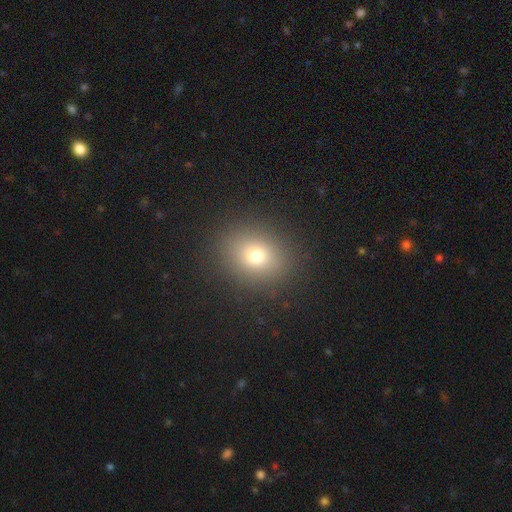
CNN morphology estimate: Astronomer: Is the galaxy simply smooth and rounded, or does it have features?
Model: smooth — 73%.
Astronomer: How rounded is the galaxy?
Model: round — 65%.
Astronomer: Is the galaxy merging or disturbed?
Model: none — 89%.